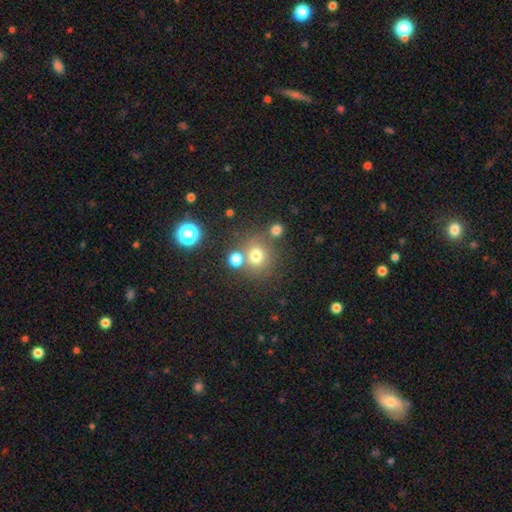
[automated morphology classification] type=smooth (72%); roundness=round (86%); merging=none (66%).